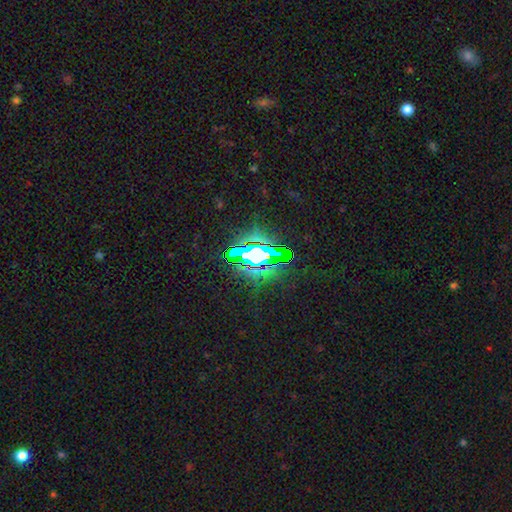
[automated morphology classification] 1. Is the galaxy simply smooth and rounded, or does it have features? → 75% star or artifact, 13% smooth, 12% featured or disk.